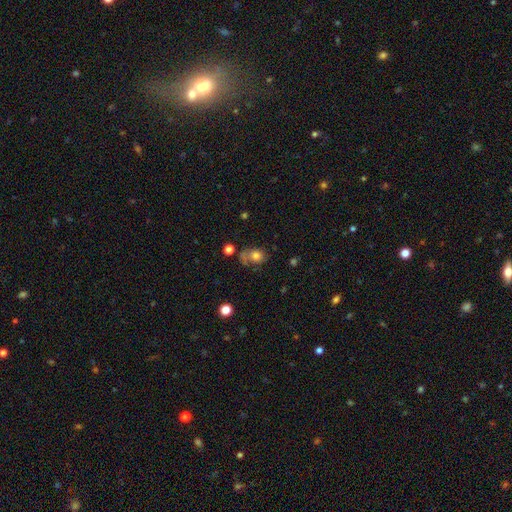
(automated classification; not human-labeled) Smooth or featured? smooth (70%)
How rounded? in between (52%)
Merging? none (45%)